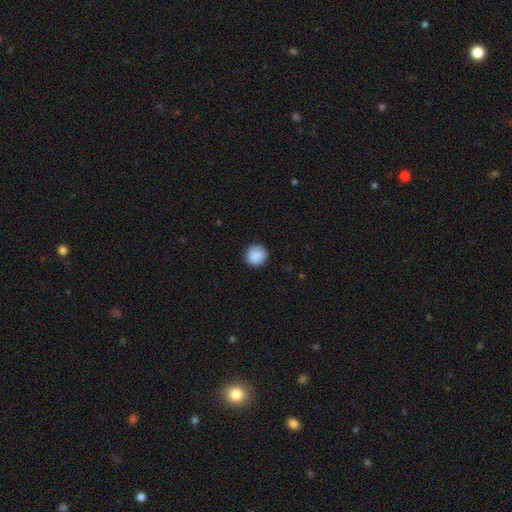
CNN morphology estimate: smooth-or-featured: smooth: 89% | star or artifact: 8% | featured or disk: 4%
  how-rounded: round: 92% | in between: 7% | cigar-shaped: 1%
  merging: none: 88% | minor disturbance: 9% | major disturbance: 2% | merger: 1%